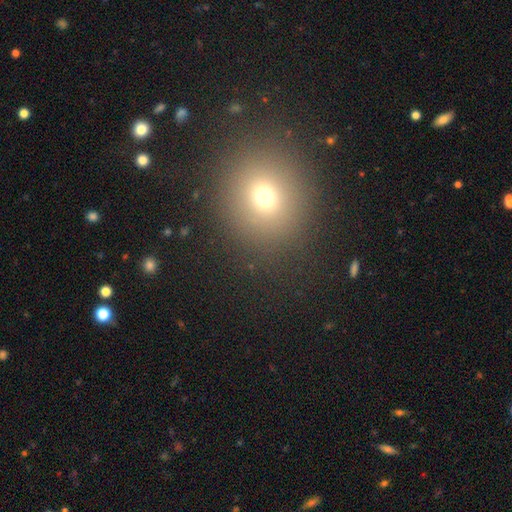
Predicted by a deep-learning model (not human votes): smooth-or-featured: smooth: 65% | star or artifact: 26% | featured or disk: 9%
  how-rounded: round: 79% | in between: 19% | cigar-shaped: 1%
  merging: none: 90% | minor disturbance: 6% | major disturbance: 3% | merger: 1%